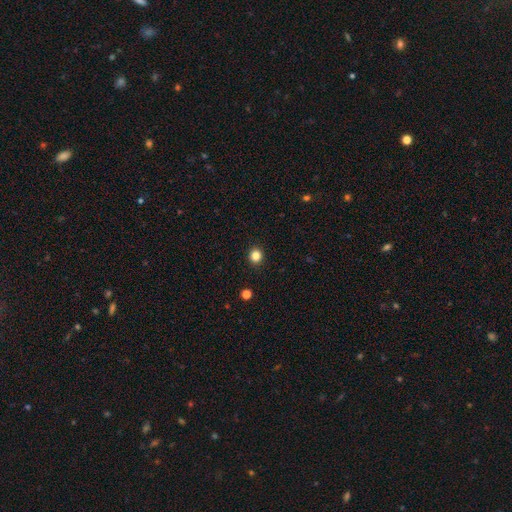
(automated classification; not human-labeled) Smooth or featured?
  - smooth: 84% *
  - star or artifact: 12%
  - featured or disk: 4%
How rounded?
  - round: 90% *
  - in between: 10%
  - cigar-shaped: 1%
Merging?
  - none: 93% *
  - minor disturbance: 5%
  - major disturbance: 2%
  - merger: 1%